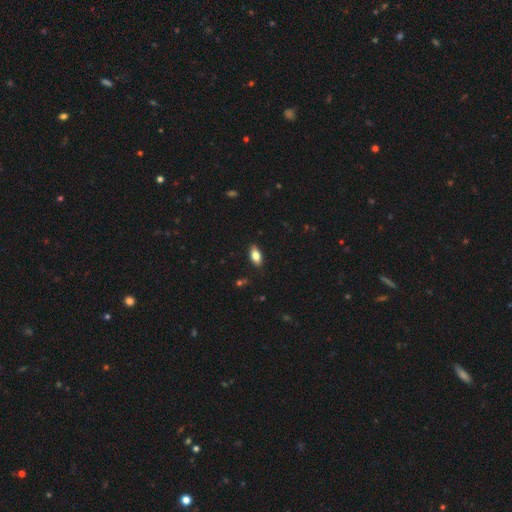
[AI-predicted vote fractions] Q: Smooth or featured?
A: smooth (79%); runner-up: featured or disk (14%)
Q: How rounded?
A: in between (87%); runner-up: cigar-shaped (9%)
Q: Merging?
A: none (86%); runner-up: minor disturbance (10%)